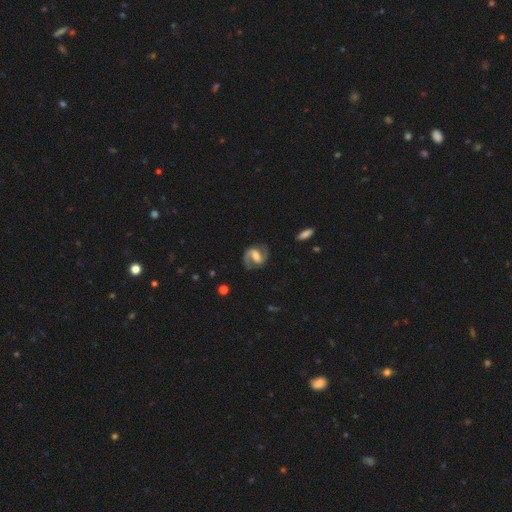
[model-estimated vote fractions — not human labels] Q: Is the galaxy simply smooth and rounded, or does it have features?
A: featured or disk — 84%.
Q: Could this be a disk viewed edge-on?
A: no — 98%.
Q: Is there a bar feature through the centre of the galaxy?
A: weak — 47%.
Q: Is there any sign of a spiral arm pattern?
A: yes — 96%.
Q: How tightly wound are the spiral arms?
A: medium — 55%.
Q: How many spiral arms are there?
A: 2 — 90%.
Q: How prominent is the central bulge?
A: moderate — 39%.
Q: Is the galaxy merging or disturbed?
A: none — 77%.